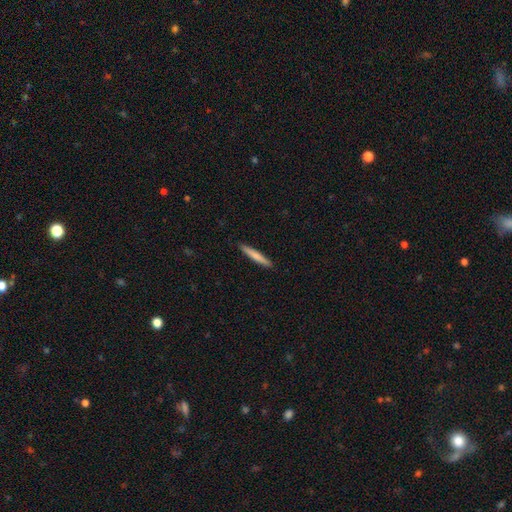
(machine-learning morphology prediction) smooth 74%, featured or disk 21%, star or artifact 5%. Down the decision tree: how rounded — cigar-shaped (95%); merging — none (91%).